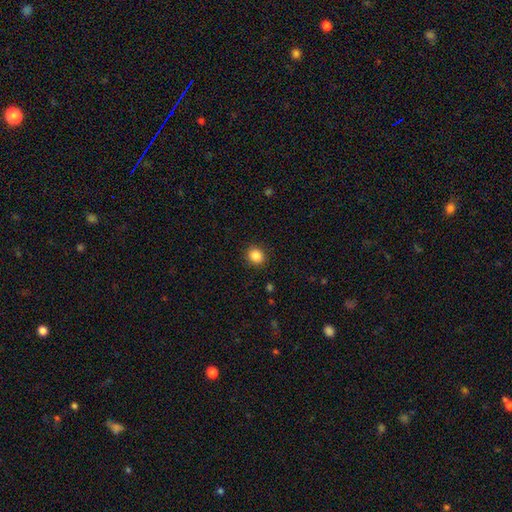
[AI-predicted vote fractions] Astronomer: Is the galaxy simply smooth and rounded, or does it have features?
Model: smooth — 86%.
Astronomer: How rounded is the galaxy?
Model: round — 78%.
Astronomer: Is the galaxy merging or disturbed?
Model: none — 90%.